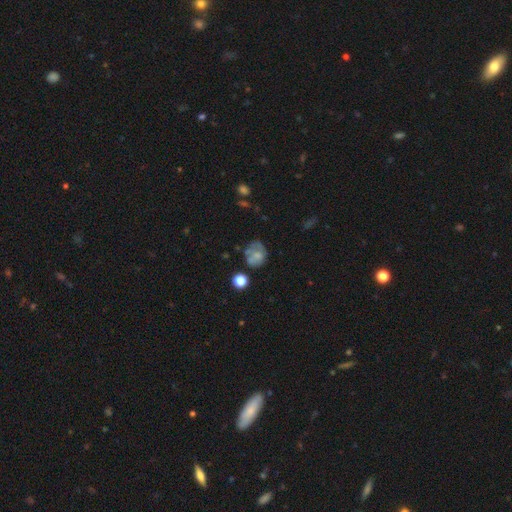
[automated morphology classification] The model was most divided on "how rounded": round: 57%, in between: 42%, cigar-shaped: 1%. Remaining: smooth or featured — smooth (55%); merging — none (43%).